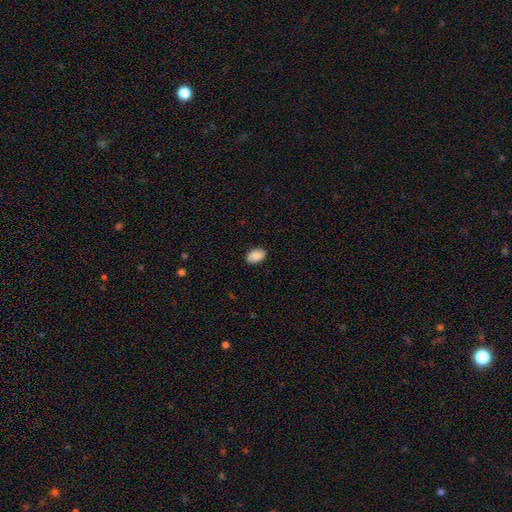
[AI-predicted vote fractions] Smooth or featured? Predicted: smooth (p=0.90). How rounded? Predicted: in between (p=0.91). Merging? Predicted: none (p=0.88).